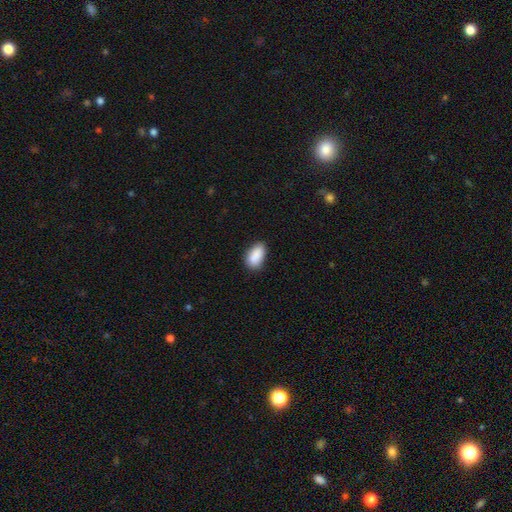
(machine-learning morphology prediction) A smooth galaxy with no disk features (88%) that is in between round and cigar-shaped (92%).

Vote fractions:
- Smooth or featured? smooth: 88% / star or artifact: 7% / featured or disk: 5%
- How rounded? in between: 92% / round: 5% / cigar-shaped: 3%
- Merging? none: 73% / minor disturbance: 21% / major disturbance: 3% / merger: 2%